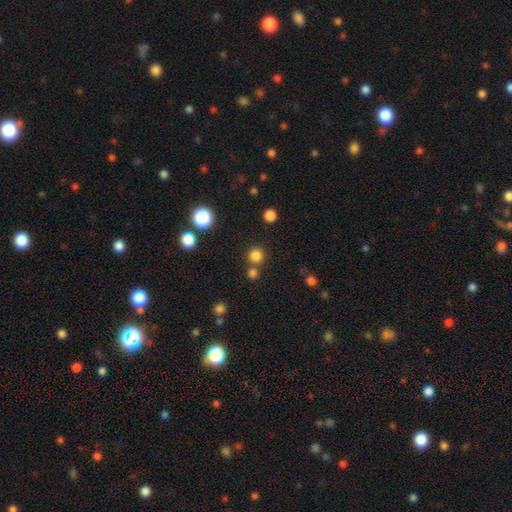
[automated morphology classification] Smooth or featured? Predicted: smooth (p=0.79). How rounded? Predicted: round (p=0.94). Merging? Predicted: none (p=0.75).